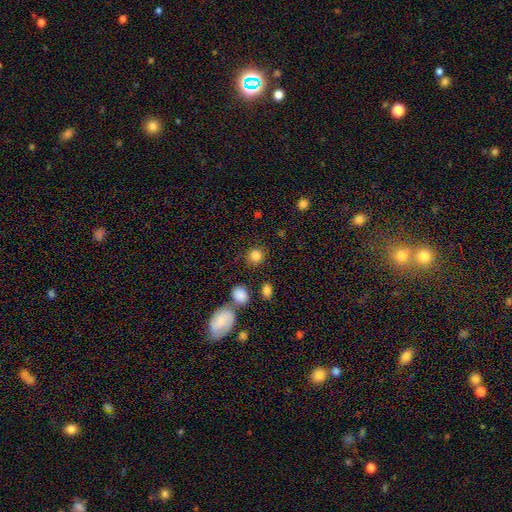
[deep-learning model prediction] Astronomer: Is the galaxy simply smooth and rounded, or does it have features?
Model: smooth — 84%.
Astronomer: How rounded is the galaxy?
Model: round — 87%.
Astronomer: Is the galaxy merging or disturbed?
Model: none — 82%.